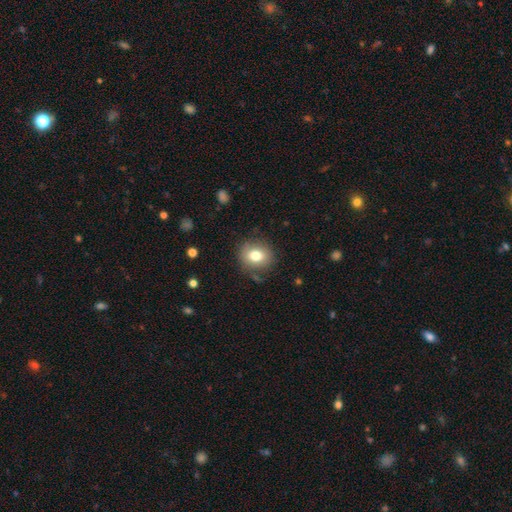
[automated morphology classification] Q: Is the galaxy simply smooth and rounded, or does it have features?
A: smooth — 78%.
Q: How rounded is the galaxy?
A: round — 74%.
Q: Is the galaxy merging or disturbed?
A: none — 81%.